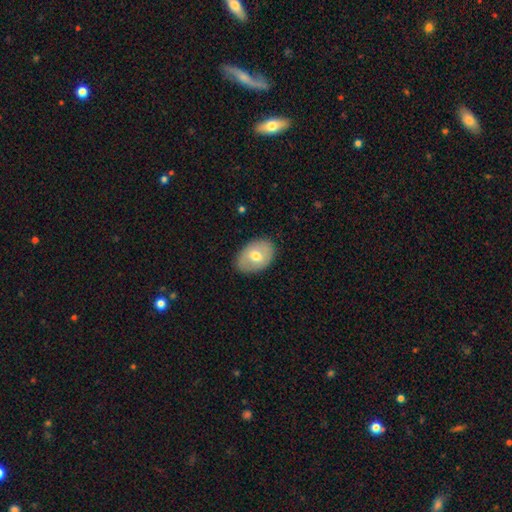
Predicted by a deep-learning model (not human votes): Smooth or featured?
  - smooth: 64% *
  - featured or disk: 30%
  - star or artifact: 6%
How rounded?
  - in between: 81% *
  - round: 18%
  - cigar-shaped: 1%
Merging?
  - none: 83% *
  - minor disturbance: 13%
  - major disturbance: 3%
  - merger: 1%